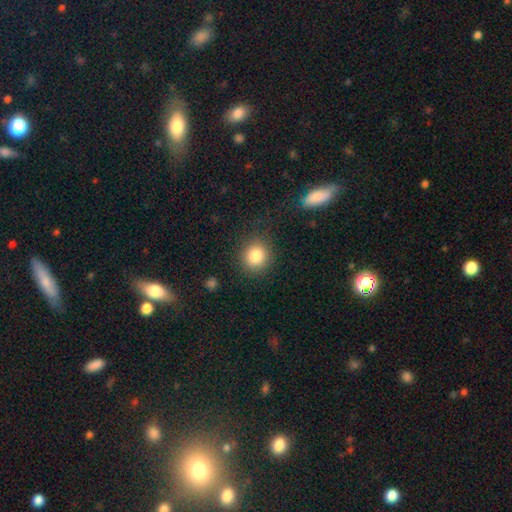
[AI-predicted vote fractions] Overall: smooth (84%). How rounded: round (85%). Merging: none (86%).